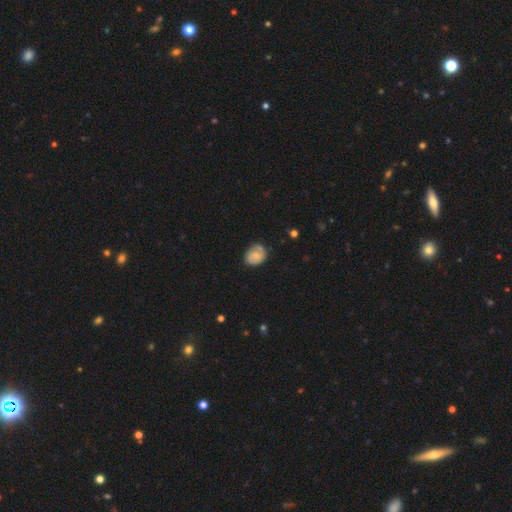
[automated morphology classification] This appears to be a smooth galaxy with no disk features (53%) that is in between round and cigar-shaped (53%). Merging: none (62%).